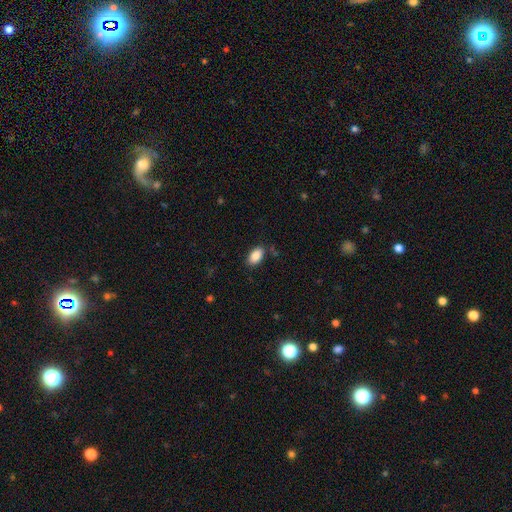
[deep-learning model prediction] Smooth or featured?
  - smooth: 88% *
  - star or artifact: 7%
  - featured or disk: 4%
How rounded?
  - in between: 93% *
  - round: 5%
  - cigar-shaped: 2%
Merging?
  - none: 83% *
  - minor disturbance: 12%
  - major disturbance: 3%
  - merger: 2%